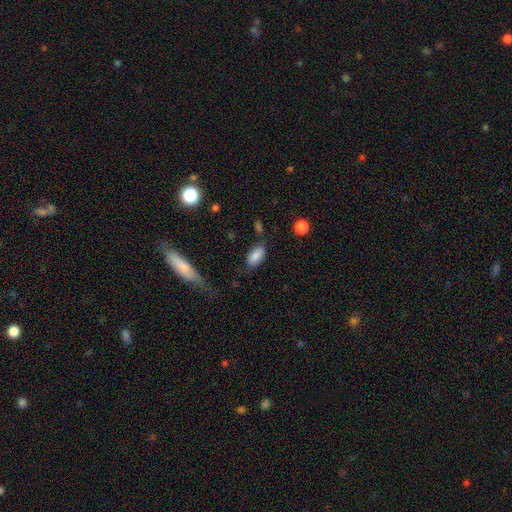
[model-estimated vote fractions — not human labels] Q: Smooth or featured?
A: smooth (84%); runner-up: featured or disk (8%)
Q: How rounded?
A: in between (93%); runner-up: cigar-shaped (4%)
Q: Merging?
A: none (65%); runner-up: minor disturbance (22%)